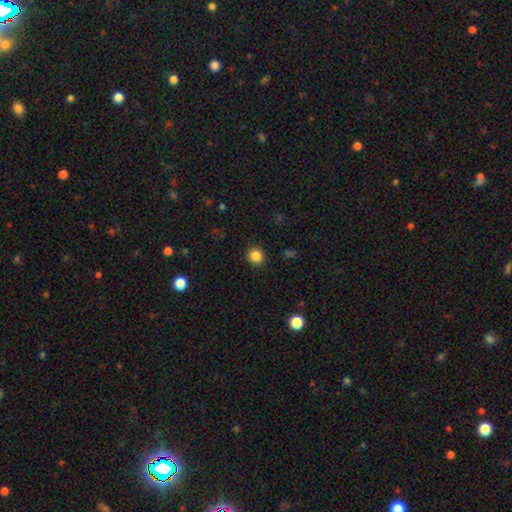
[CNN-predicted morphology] Overall: smooth (85%). How rounded: round (91%). Merging: none (91%).